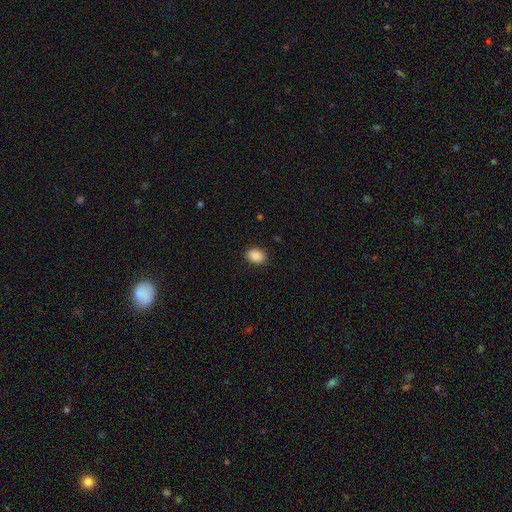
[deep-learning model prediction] Morphology: type=smooth (89%); roundness=in between (74%); merging=none (87%).